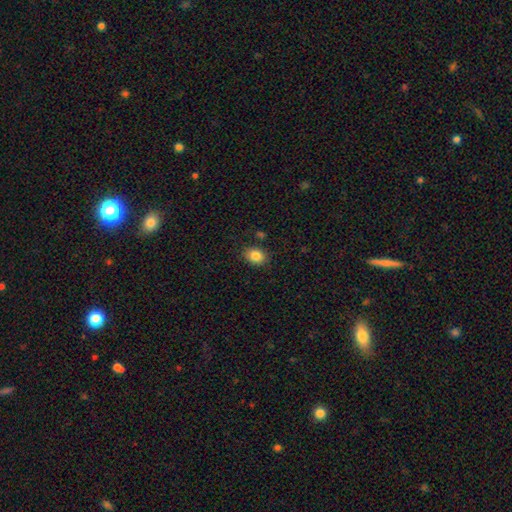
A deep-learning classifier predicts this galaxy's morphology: The model was most divided on "how rounded": in between: 57%, round: 42%, cigar-shaped: 1%. More confident: smooth or featured — smooth (85%); merging — none (84%).